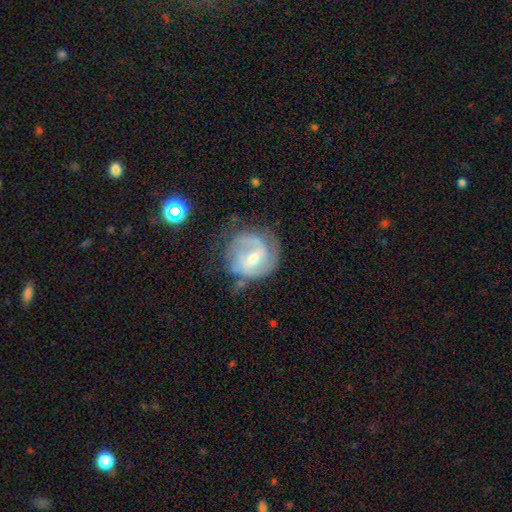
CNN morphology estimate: Overall: featured or disk (82%). Edge-on disk: no (98%). Bar: weak (53%; strong 25%). Spiral arms: yes (92%). Spiral arm count: 2 (65%). Spiral winding: tight (45%; medium 42%). Bulge size: small (50%; moderate 46%). Merging: none (66%).